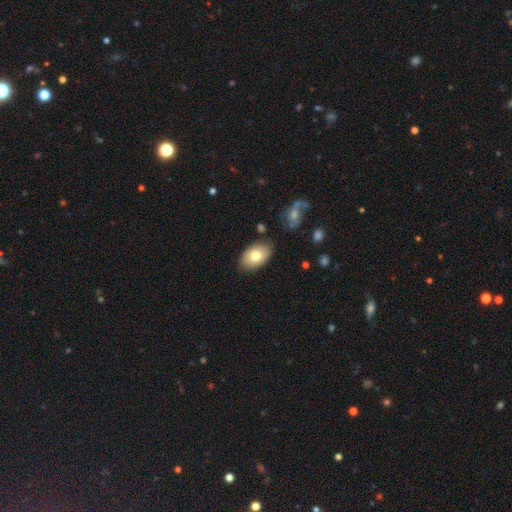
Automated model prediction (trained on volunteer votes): This appears to be a smooth galaxy with no disk features (77%) that is in between round and cigar-shaped (91%). Merging: none (83%).